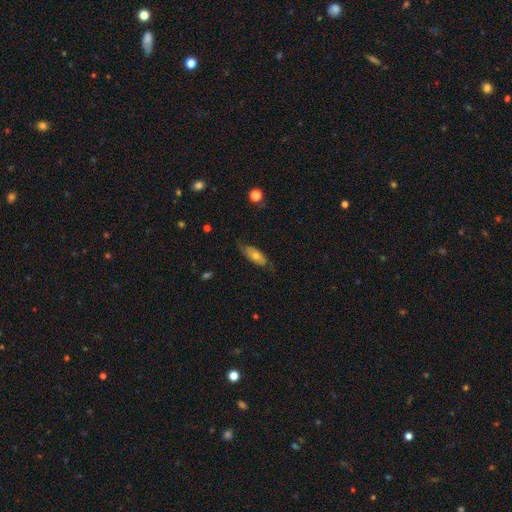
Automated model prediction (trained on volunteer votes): Overall: smooth (51%; featured or disk 41%). How rounded: in between (74%). Merging: none (70%).